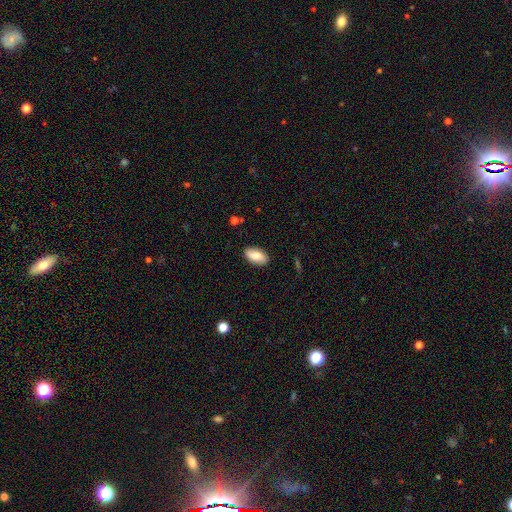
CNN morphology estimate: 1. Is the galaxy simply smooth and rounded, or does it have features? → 80% smooth, 13% featured or disk, 7% star or artifact.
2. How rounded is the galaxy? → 94% in between, 3% round, 3% cigar-shaped.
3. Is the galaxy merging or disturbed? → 86% none, 10% minor disturbance, 2% major disturbance, 1% merger.